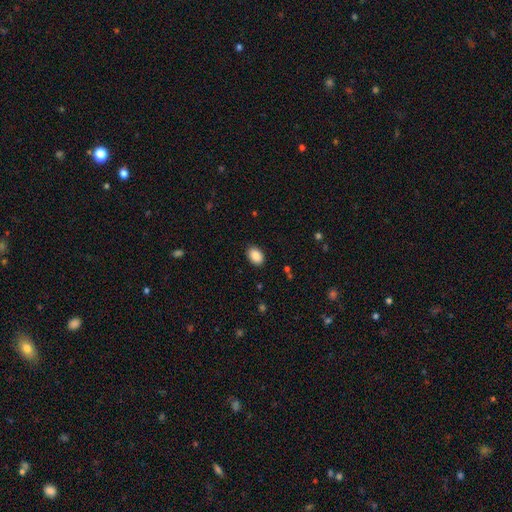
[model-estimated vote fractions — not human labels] Smooth or featured: smooth — 89% (star or artifact — 7%)
How rounded: in between — 83% (round — 16%)
Merging: none — 88% (minor disturbance — 9%)